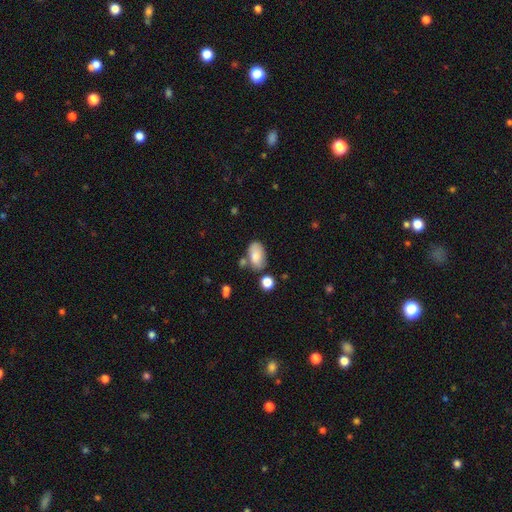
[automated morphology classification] Smooth or featured: smooth — 79% (featured or disk — 13%)
How rounded: in between — 91% (round — 7%)
Merging: none — 58% (minor disturbance — 22%)